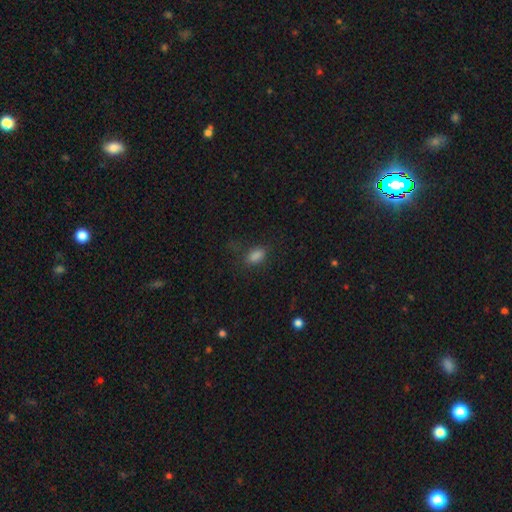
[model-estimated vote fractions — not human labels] This is clearly a smooth galaxy (80%). How rounded: clearly in between (85%). Merging: likely none (70%).